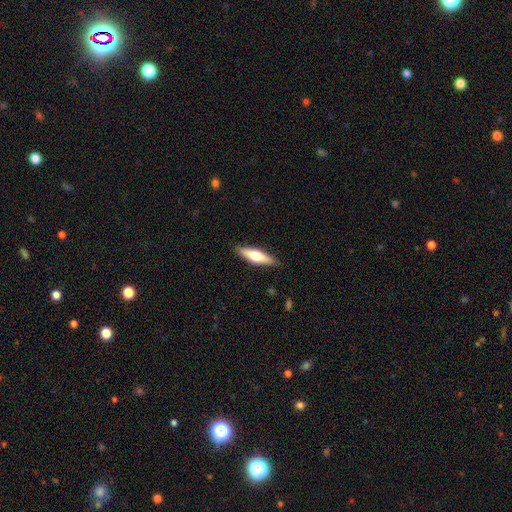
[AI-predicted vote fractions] smooth 52%, featured or disk 43%, star or artifact 6%. Down the decision tree: how rounded — cigar-shaped (63%); merging — none (88%).